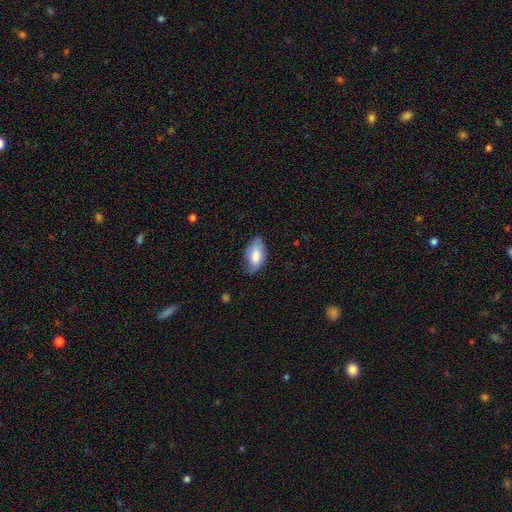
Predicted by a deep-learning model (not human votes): Smooth or featured?
  - smooth: 76% *
  - featured or disk: 18%
  - star or artifact: 6%
How rounded?
  - in between: 93% *
  - cigar-shaped: 3%
  - round: 3%
Merging?
  - none: 66% *
  - minor disturbance: 27%
  - major disturbance: 5%
  - merger: 1%